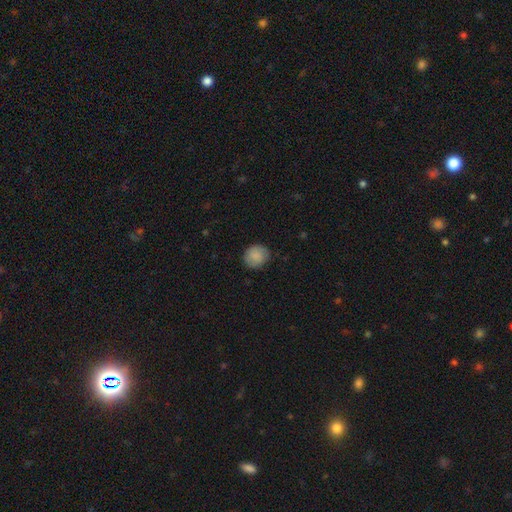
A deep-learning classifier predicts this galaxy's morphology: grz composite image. It shows a smooth galaxy with no disk features (85%) that is round (79%). Merging: none (82%).